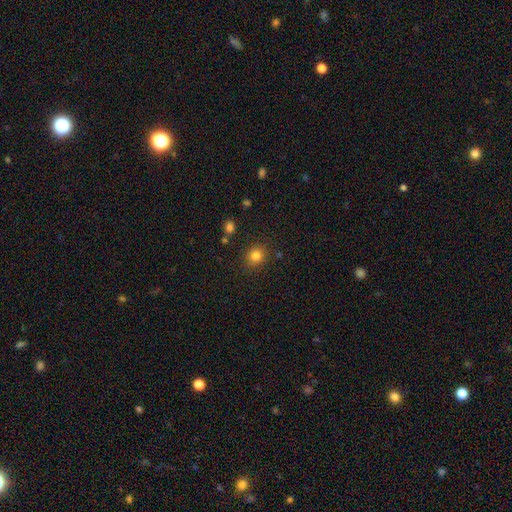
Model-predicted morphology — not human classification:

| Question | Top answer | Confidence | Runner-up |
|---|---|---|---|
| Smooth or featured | smooth | 82% | star or artifact (12%) |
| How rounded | round | 83% | in between (17%) |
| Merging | none | 86% | minor disturbance (8%) |